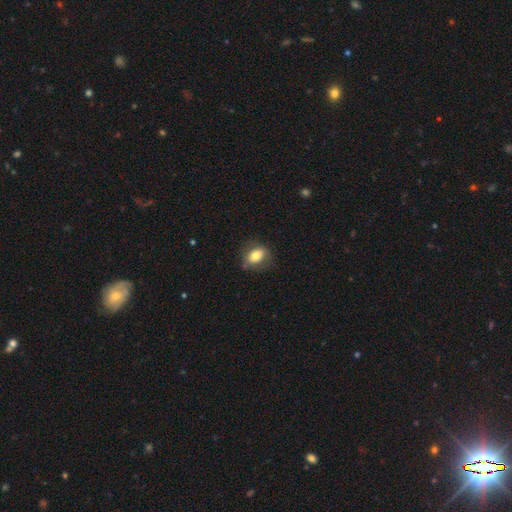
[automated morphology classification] A smooth galaxy with no disk features (71%) that is in between round and cigar-shaped (67%). Merging: none (69%).